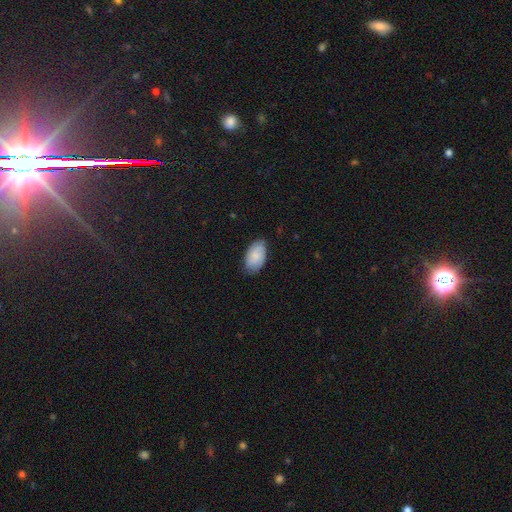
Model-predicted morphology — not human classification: Q: Smooth or featured?
A: smooth (80%); runner-up: featured or disk (14%)
Q: How rounded?
A: in between (94%); runner-up: round (5%)
Q: Merging?
A: none (74%); runner-up: minor disturbance (22%)